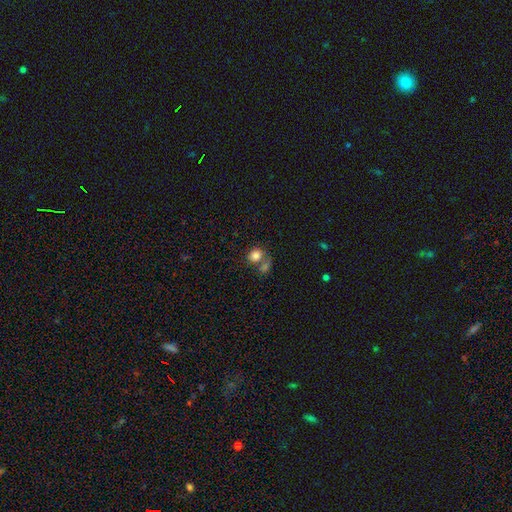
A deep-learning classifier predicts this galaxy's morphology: Smooth or featured? Predicted: smooth (p=0.80). How rounded? Predicted: round (p=0.65). Merging? Predicted: none (p=0.43).